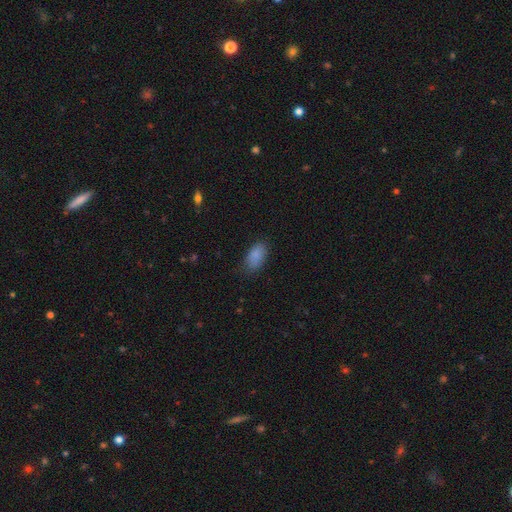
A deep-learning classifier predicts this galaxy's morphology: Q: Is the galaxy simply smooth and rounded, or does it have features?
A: smooth — 87%.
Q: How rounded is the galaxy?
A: in between — 92%.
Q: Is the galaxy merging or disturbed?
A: none — 75%.